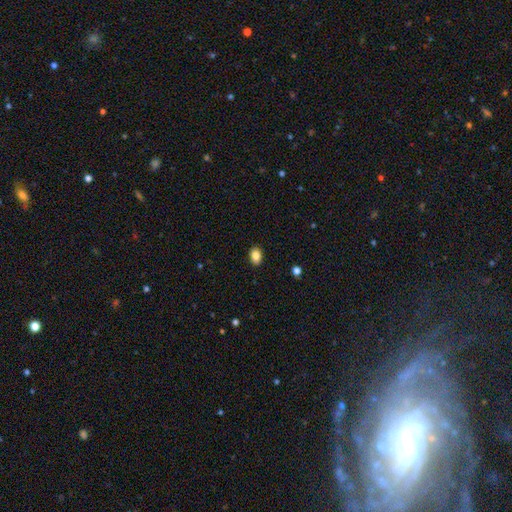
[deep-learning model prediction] Smooth or featured? smooth (86%)
How rounded? in between (80%)
Merging? none (89%)